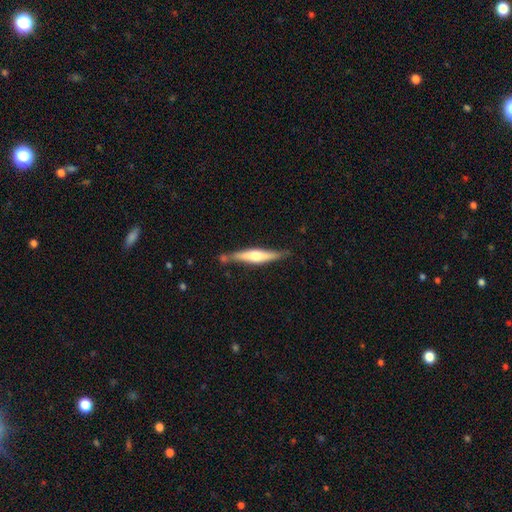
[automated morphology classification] smooth-or-featured: featured or disk: 58% | smooth: 37% | star or artifact: 5%
  disk-edge-on: yes: 94% | no: 6%
    edge-on-bulge: rounded: 85% | boxy: 9% | none: 6%
  merging: none: 72% | minor disturbance: 17% | merger: 7% | major disturbance: 3%